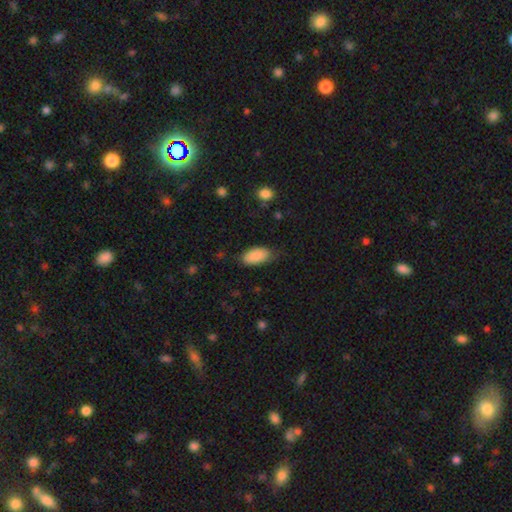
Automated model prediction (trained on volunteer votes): smooth 88%, star or artifact 6%, featured or disk 6%. Down the decision tree: how rounded — in between (94%); merging — none (74%).